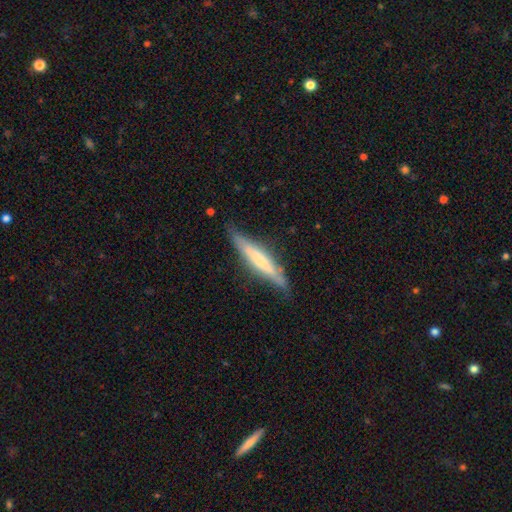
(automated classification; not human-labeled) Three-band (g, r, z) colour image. It shows a featured or disk galaxy (53%) viewed edge-on (90%). Merging: none (78%).